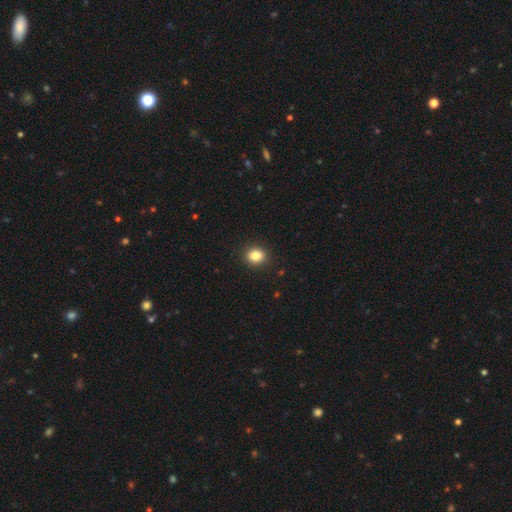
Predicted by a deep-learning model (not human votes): Smooth or featured? smooth (85%)
How rounded? round (70%)
Merging? none (91%)